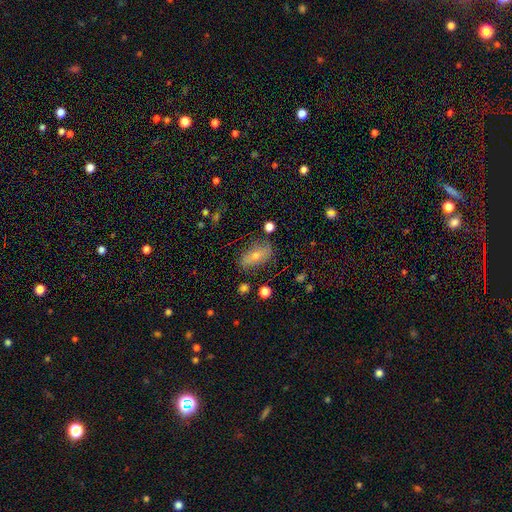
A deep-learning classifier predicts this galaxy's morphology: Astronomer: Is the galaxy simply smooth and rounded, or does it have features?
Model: smooth — 47% (runner-up: featured or disk, 40%).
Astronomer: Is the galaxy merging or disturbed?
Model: none — 76%.